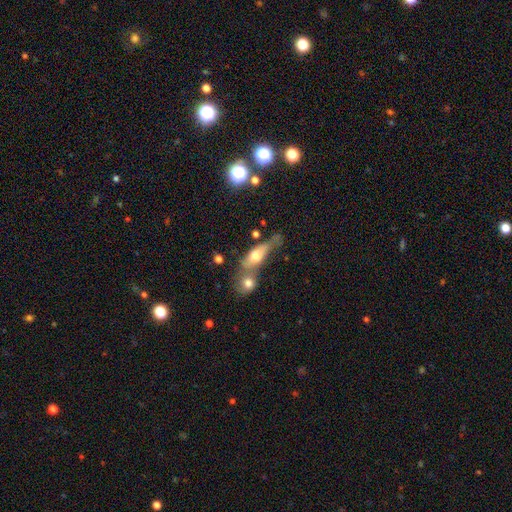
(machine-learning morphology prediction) This appears to be a smooth galaxy with no disk features (59%) that is in between round and cigar-shaped (59%). Merging: merger (49%).